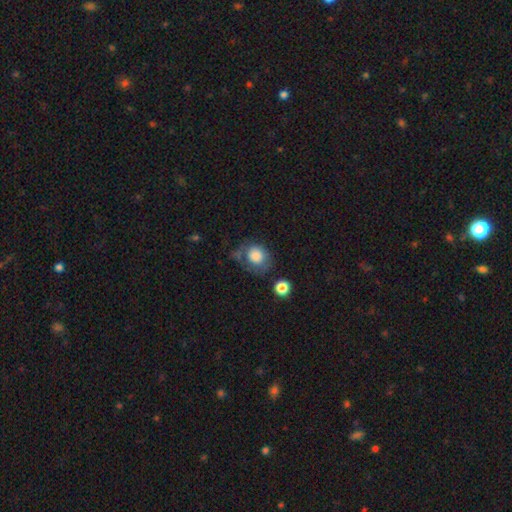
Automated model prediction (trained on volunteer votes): A smooth galaxy with no disk features (75%) that is round (70%).

Vote fractions:
- Smooth or featured? smooth: 75% / featured or disk: 17% / star or artifact: 8%
- How rounded? round: 70% / in between: 29% / cigar-shaped: 1%
- Merging? none: 42% / minor disturbance: 28% / major disturbance: 24% / merger: 6%